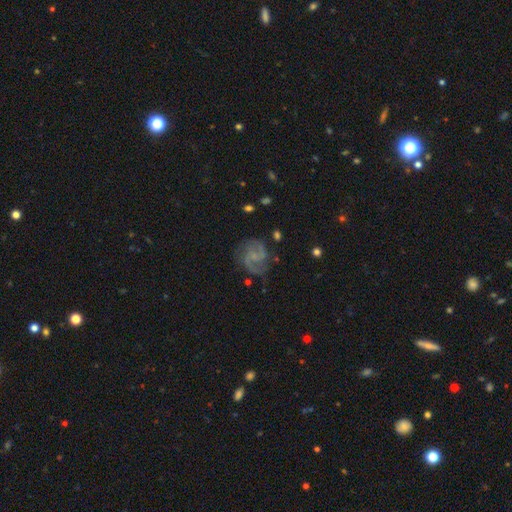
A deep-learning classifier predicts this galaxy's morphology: A featured or disk galaxy (85%) with no bar (48%), 2 (86%) medium (57%) spiral arms (97%) and a small central bulge (47%). Merging: none (75%).